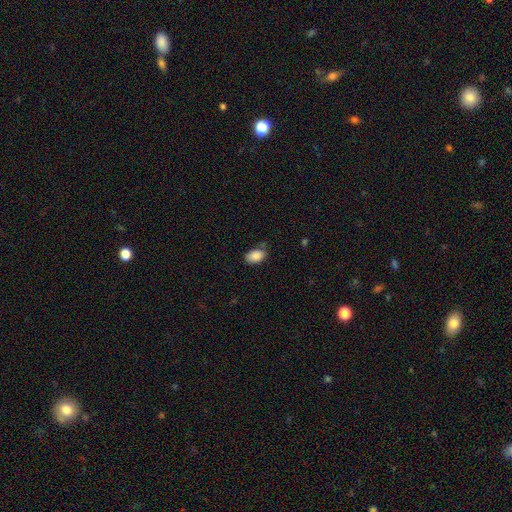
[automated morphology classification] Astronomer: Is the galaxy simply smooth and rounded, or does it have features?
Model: smooth — 88%.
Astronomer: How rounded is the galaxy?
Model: in between — 87%.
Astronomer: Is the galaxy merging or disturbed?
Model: none — 68%.